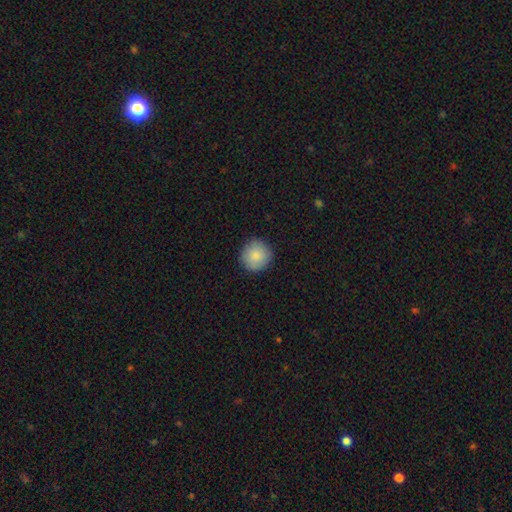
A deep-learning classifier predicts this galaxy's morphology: smooth_or_featured: smooth (p=0.86) [alt: star or artifact p=0.07]
how_rounded: round (p=0.95) [alt: in between p=0.04]
merging: none (p=0.89) [alt: minor disturbance p=0.08]